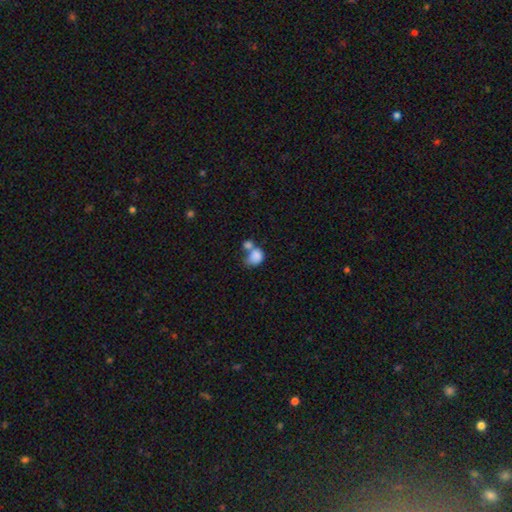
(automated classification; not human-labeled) A smooth galaxy with no disk features (82%) that is in between round and cigar-shaped (55%). Merging: merger (59%).